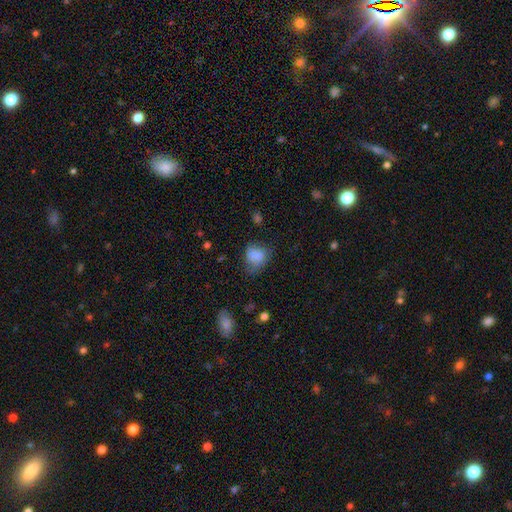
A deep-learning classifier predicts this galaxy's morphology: smooth-or-featured: smooth: 80% | star or artifact: 10% | featured or disk: 10%
  how-rounded: in between: 50% | round: 49% | cigar-shaped: 1%
  merging: none: 46% | minor disturbance: 33% | major disturbance: 17% | merger: 4%